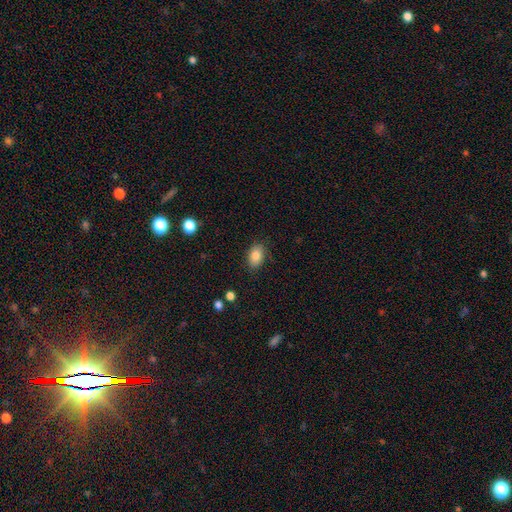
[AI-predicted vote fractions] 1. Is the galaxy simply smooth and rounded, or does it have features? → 85% smooth, 8% star or artifact, 7% featured or disk.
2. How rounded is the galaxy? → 84% in between, 14% round, 1% cigar-shaped.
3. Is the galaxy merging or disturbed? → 83% none, 12% minor disturbance, 3% major disturbance, 1% merger.